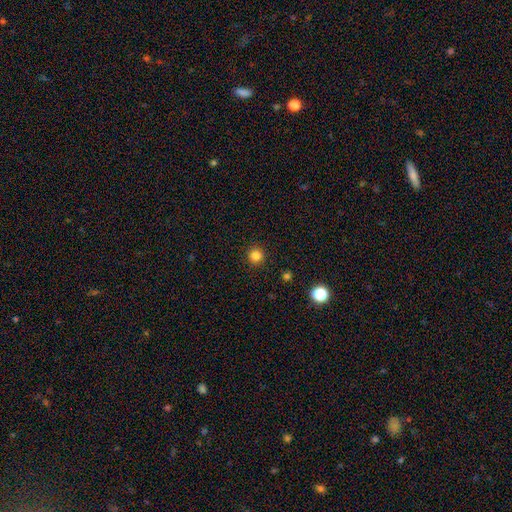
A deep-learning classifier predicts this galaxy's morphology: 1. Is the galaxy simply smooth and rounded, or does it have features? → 83% smooth, 13% star or artifact, 4% featured or disk.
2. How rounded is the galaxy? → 94% round, 5% in between, 1% cigar-shaped.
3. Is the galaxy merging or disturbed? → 92% none, 5% minor disturbance, 2% major disturbance, 1% merger.